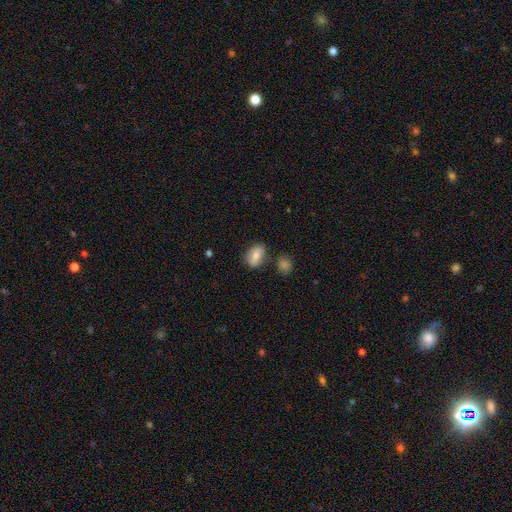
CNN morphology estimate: Smooth or featured? smooth (71%)
How rounded? in between (67%)
Merging? none (71%)